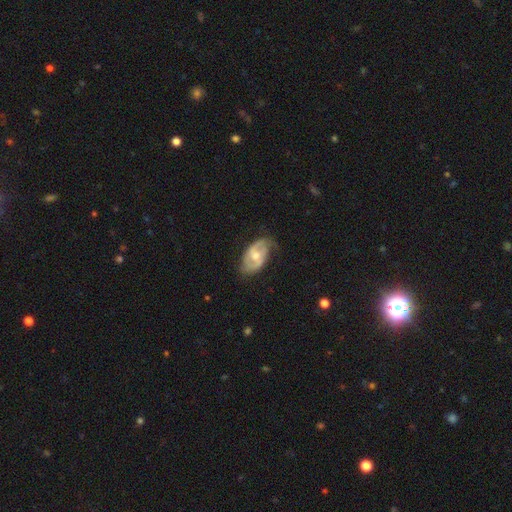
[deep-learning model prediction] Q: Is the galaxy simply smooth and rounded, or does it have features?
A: featured or disk — 72%.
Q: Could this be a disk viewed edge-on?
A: no — 96%.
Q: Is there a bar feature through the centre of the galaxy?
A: weak — 49%.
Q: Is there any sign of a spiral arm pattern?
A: yes — 87%.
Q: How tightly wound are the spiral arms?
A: medium — 48%.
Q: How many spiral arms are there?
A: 2 — 80%.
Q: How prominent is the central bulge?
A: moderate — 63%.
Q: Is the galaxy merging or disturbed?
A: none — 66%.